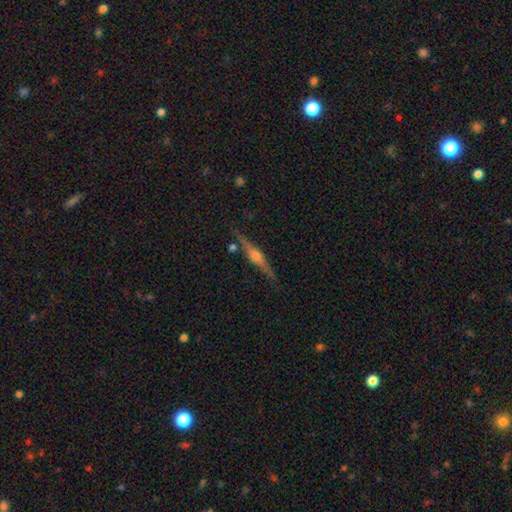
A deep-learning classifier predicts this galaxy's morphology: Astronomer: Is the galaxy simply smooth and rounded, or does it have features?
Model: featured or disk — 85%.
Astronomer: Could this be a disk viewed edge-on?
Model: yes — 98%.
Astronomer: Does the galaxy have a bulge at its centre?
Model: rounded — 92%.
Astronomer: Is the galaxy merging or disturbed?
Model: none — 88%.